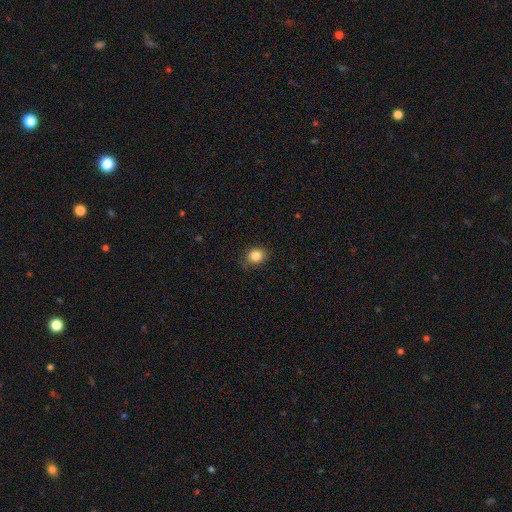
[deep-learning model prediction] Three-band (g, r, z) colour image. It shows a smooth galaxy with no disk features (84%) that is round (67%). Merging: none (82%).